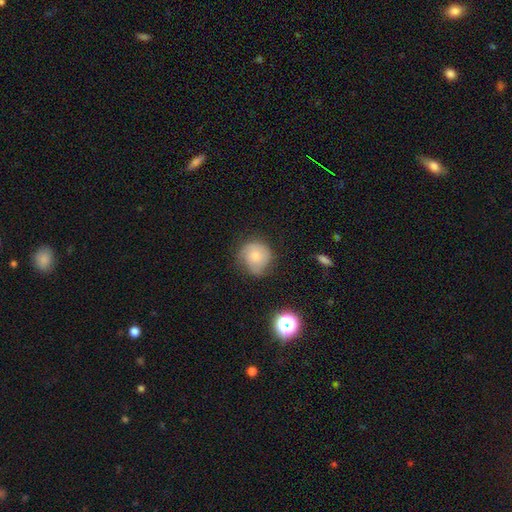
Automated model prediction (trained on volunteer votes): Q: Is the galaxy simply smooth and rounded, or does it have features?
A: smooth — 53%.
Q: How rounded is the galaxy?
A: round — 84%.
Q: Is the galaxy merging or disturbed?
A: none — 58%.